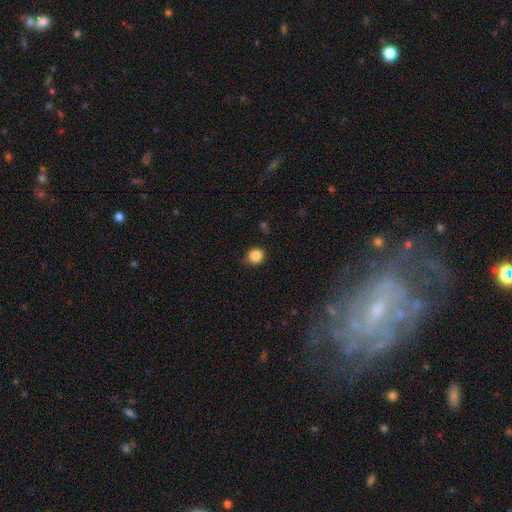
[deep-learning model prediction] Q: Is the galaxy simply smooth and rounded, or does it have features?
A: smooth — 86%.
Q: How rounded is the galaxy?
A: round — 81%.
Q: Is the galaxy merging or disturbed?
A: none — 74%.